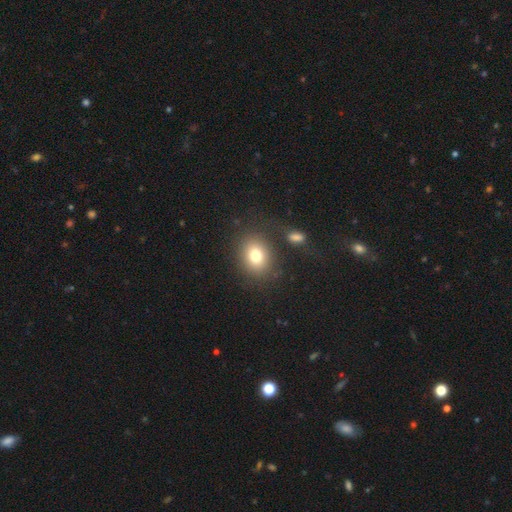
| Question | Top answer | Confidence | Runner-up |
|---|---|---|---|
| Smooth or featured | smooth | 78% | featured or disk (19%) |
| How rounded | in between | 57% | round (43%) |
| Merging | none | 77% | major disturbance (14%) |